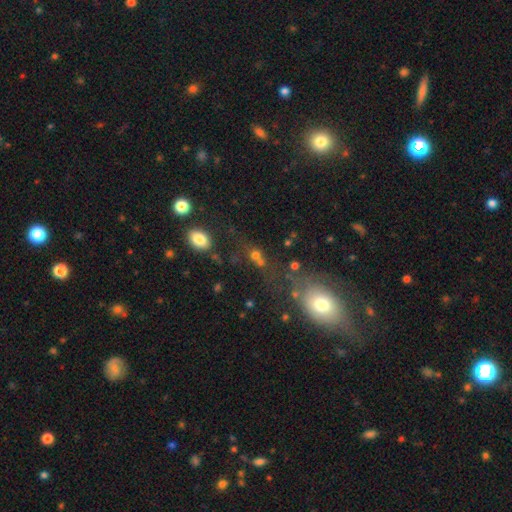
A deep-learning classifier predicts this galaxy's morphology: Smooth or featured: smooth — 66% (star or artifact — 21%)
How rounded: round — 61% (in between — 35%)
Merging: none — 51% (merger — 25%)